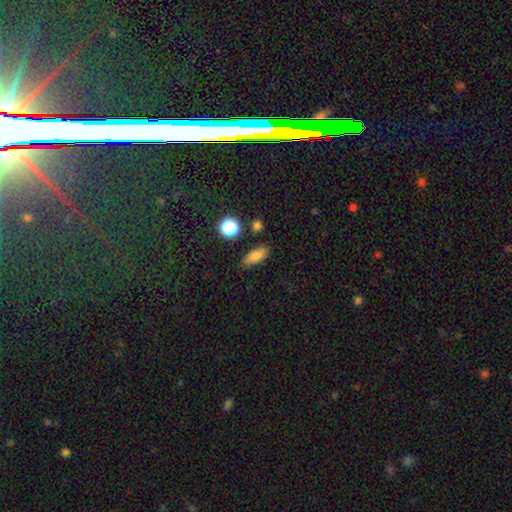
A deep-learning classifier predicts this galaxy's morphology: Smooth or featured? smooth (81%)
How rounded? in between (67%)
Merging? none (83%)